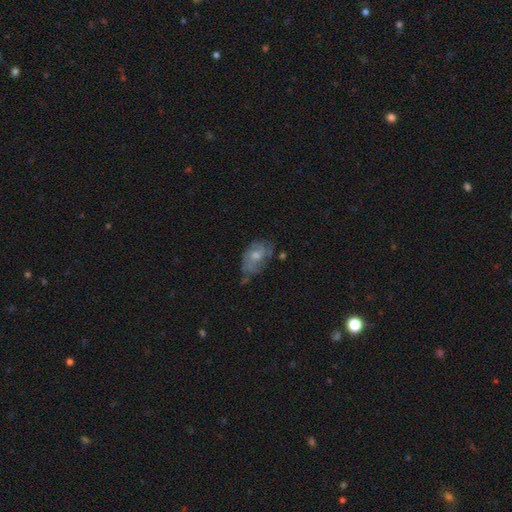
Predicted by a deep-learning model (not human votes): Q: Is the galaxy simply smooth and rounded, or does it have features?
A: smooth — 46%, tied with featured or disk.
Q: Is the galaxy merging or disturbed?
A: none — 42%.